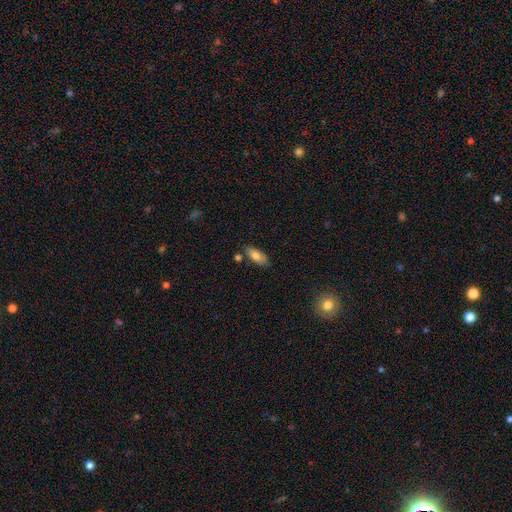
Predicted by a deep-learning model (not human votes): A smooth galaxy with no disk features (76%) that is in between round and cigar-shaped (84%). Merging: none (76%).